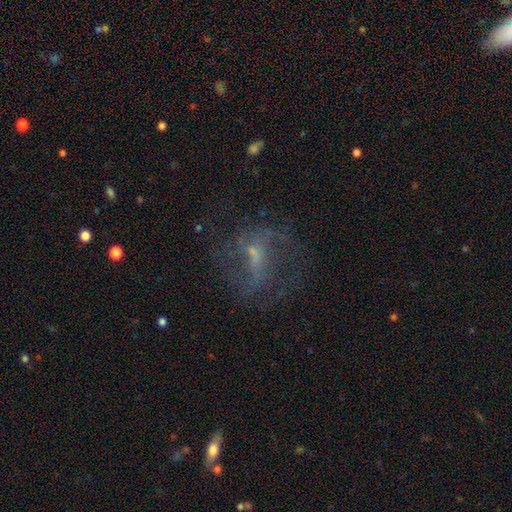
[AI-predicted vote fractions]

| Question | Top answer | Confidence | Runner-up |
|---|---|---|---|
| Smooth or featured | featured or disk | 65% | smooth (19%) |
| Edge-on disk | no | 95% | yes (5%) |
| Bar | weak | 47% | no (34%) |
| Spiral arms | yes | 69% | no (31%) |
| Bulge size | small | 51% | moderate (25%) |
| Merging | none | 56% | major disturbance (24%) |